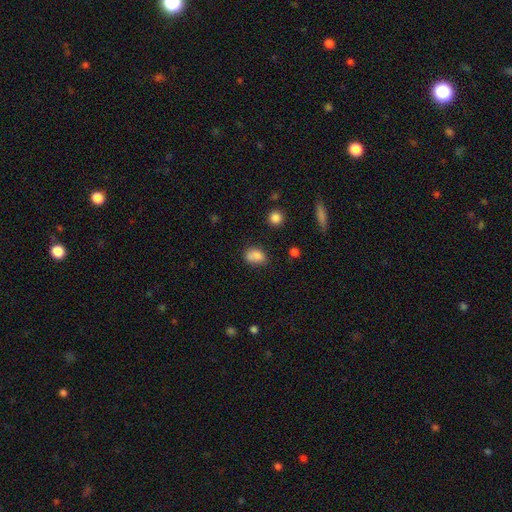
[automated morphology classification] This is clearly a smooth galaxy (80%). How rounded: likely in between (70%). Merging: possibly none (49%).